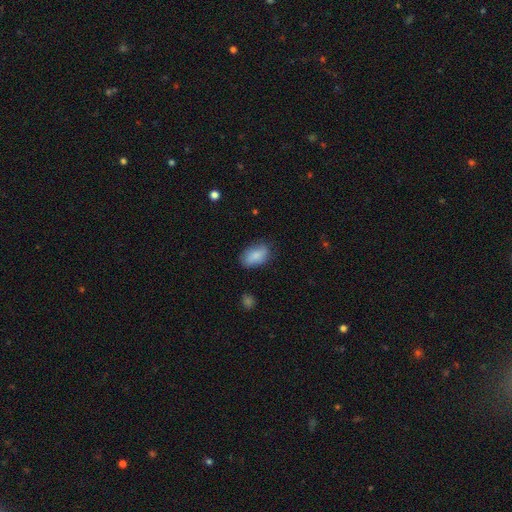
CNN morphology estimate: Overall: smooth (85%). How rounded: in between (92%). Merging: none (78%).